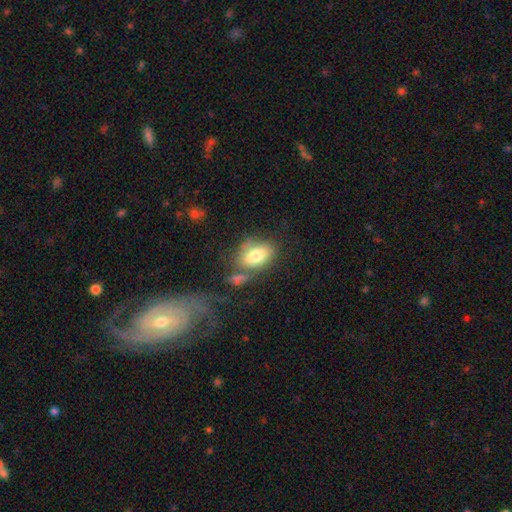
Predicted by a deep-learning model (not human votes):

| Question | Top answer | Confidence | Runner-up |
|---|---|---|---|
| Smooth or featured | smooth | 75% | featured or disk (18%) |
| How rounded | in between | 86% | round (11%) |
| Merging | none | 49% | minor disturbance (20%) |